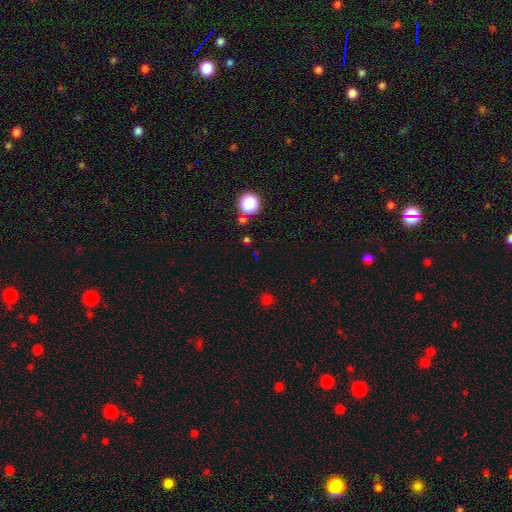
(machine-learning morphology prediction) A star or artifact, not a galaxy (53%).